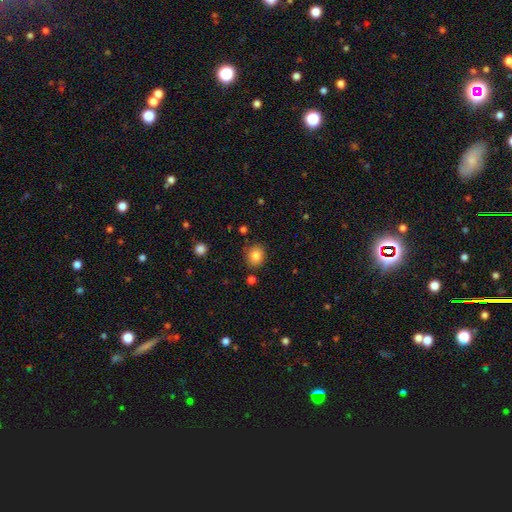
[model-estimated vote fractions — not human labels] This is clearly a smooth galaxy (82%). How rounded: likely round (73%). Merging: clearly none (84%).